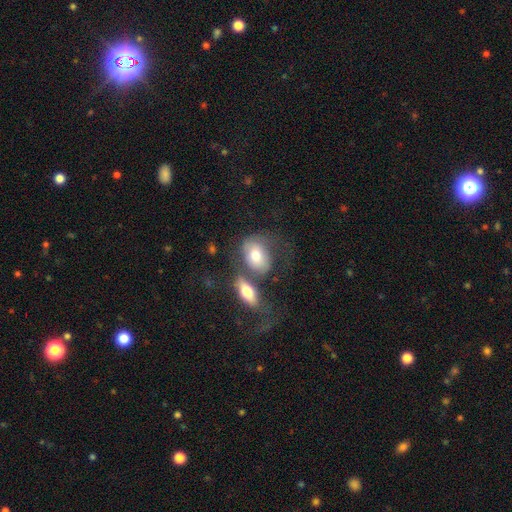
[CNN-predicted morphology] smooth-or-featured: smooth: 66% | featured or disk: 27% | star or artifact: 7%
  how-rounded: in between: 77% | round: 21% | cigar-shaped: 2%
  merging: merger: 44% | none: 29% | minor disturbance: 14% | major disturbance: 13%